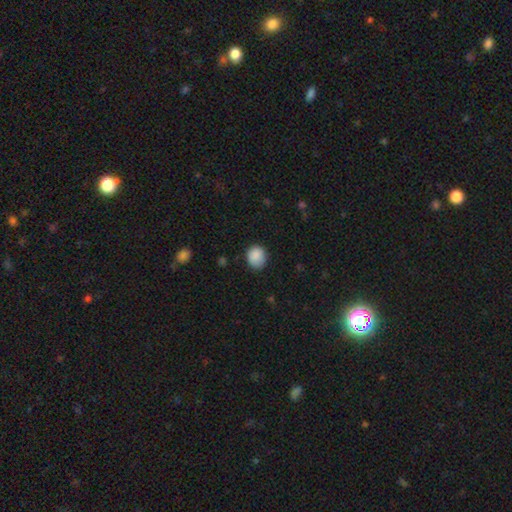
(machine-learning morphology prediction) Q: Smooth or featured?
A: smooth (89%); runner-up: star or artifact (8%)
Q: How rounded?
A: round (71%); runner-up: in between (28%)
Q: Merging?
A: none (81%); runner-up: minor disturbance (15%)